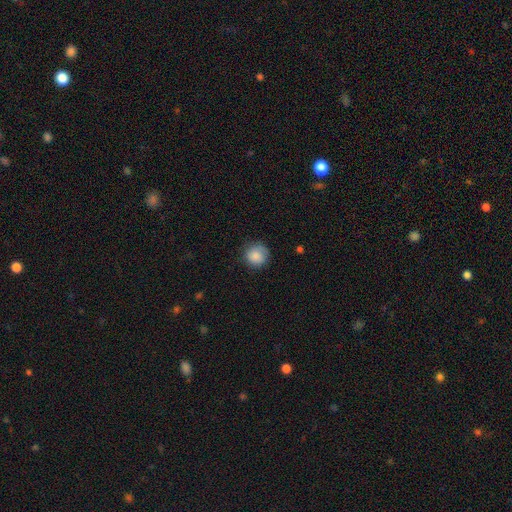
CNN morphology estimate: Smooth or featured: smooth — 85% (star or artifact — 8%)
How rounded: round — 92% (in between — 7%)
Merging: none — 78% (minor disturbance — 17%)